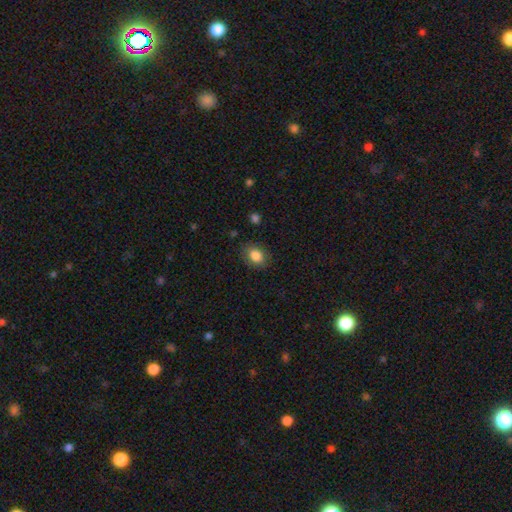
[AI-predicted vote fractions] Overall: smooth (85%). How rounded: in between (69%; round 30%). Merging: none (82%).